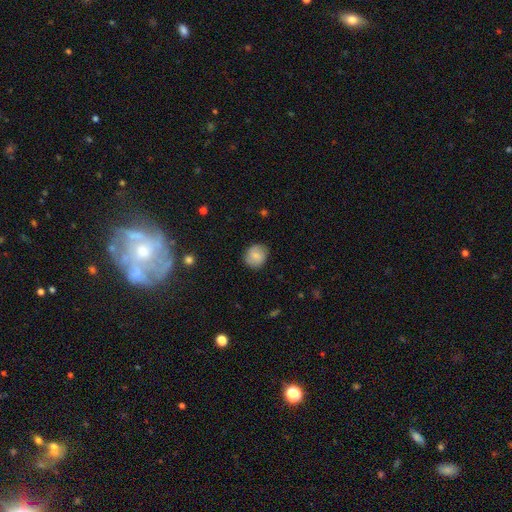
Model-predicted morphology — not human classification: Q: Smooth or featured?
A: smooth (71%); runner-up: featured or disk (21%)
Q: How rounded?
A: round (81%); runner-up: in between (18%)
Q: Merging?
A: none (84%); runner-up: minor disturbance (11%)